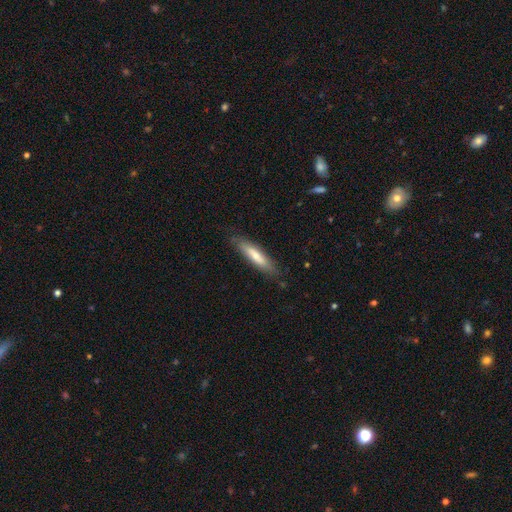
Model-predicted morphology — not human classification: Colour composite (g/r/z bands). It shows a smooth galaxy with no disk features (68%) that is cigar-shaped (81%). Merging: none (82%).